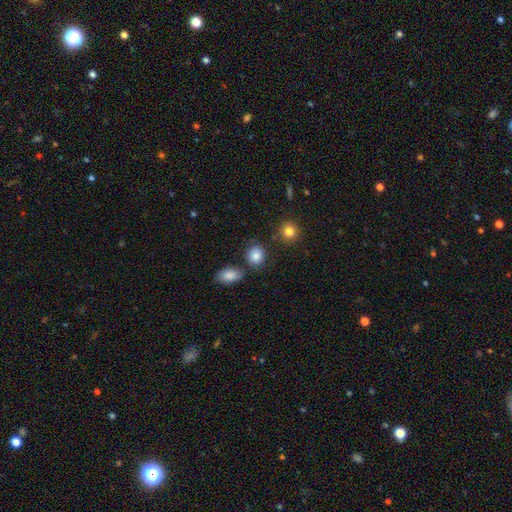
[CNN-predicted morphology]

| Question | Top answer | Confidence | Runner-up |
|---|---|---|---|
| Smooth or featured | smooth | 85% | star or artifact (9%) |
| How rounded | round | 60% | in between (39%) |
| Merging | none | 77% | minor disturbance (12%) |